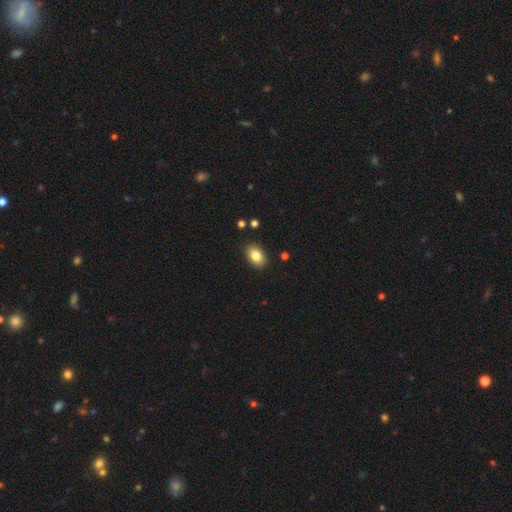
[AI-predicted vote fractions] A smooth galaxy with no disk features (84%) that is in between round and cigar-shaped (84%). Merging: none (88%).